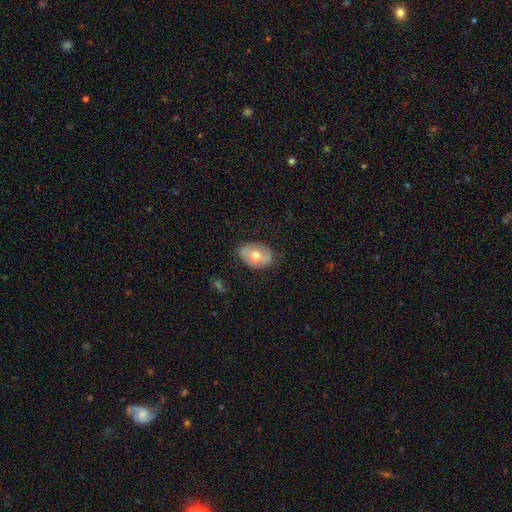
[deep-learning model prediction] smooth-or-featured: smooth: 51% | featured or disk: 42% | star or artifact: 7%
  how-rounded: in between: 81% | round: 18% | cigar-shaped: 1%
  merging: none: 73% | minor disturbance: 20% | major disturbance: 5% | merger: 2%